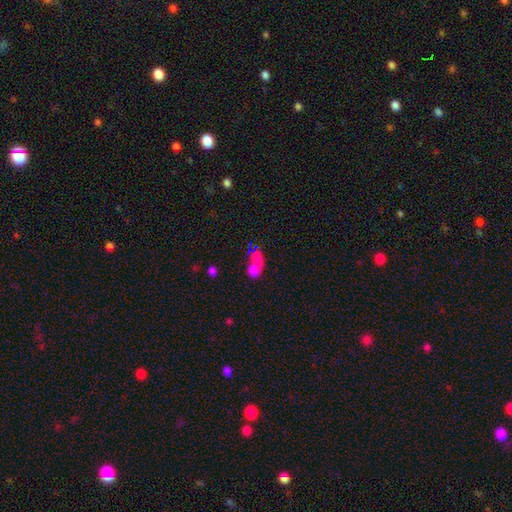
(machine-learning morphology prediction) type=smooth (62%); roundness=in between (56%); merging=merger (59%).